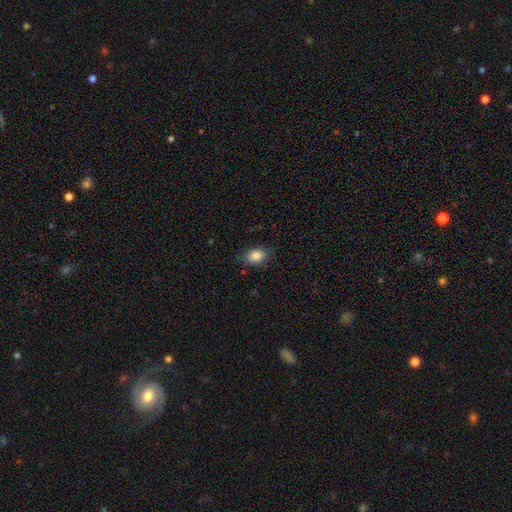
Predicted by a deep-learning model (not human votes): A smooth galaxy with no disk features (87%) that is in between round and cigar-shaped (84%).

Vote fractions:
- Smooth or featured? smooth: 87% / star or artifact: 8% / featured or disk: 5%
- How rounded? in between: 84% / round: 15% / cigar-shaped: 1%
- Merging? none: 81% / minor disturbance: 14% / major disturbance: 3% / merger: 1%